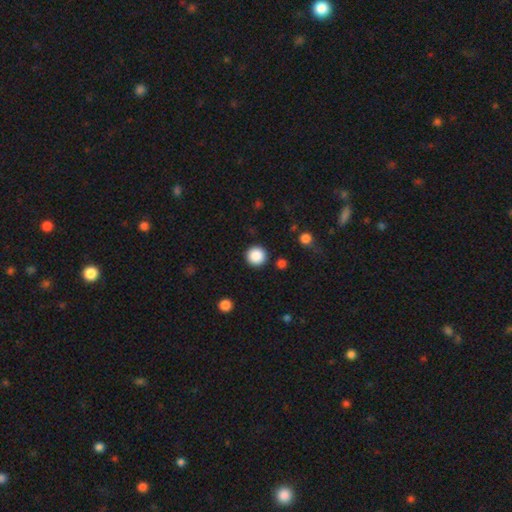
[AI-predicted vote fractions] smooth-or-featured: smooth: 88% | star or artifact: 10% | featured or disk: 3%
  how-rounded: round: 96% | in between: 3% | cigar-shaped: 1%
  merging: none: 91% | minor disturbance: 5% | major disturbance: 2% | merger: 2%